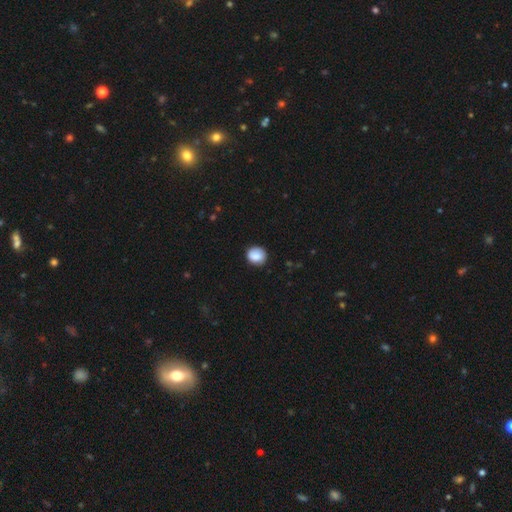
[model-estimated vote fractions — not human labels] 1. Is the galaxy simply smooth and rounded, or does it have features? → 85% smooth, 8% star or artifact, 8% featured or disk.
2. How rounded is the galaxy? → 79% round, 20% in between, 1% cigar-shaped.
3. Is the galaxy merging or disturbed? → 84% none, 12% minor disturbance, 3% major disturbance, 1% merger.